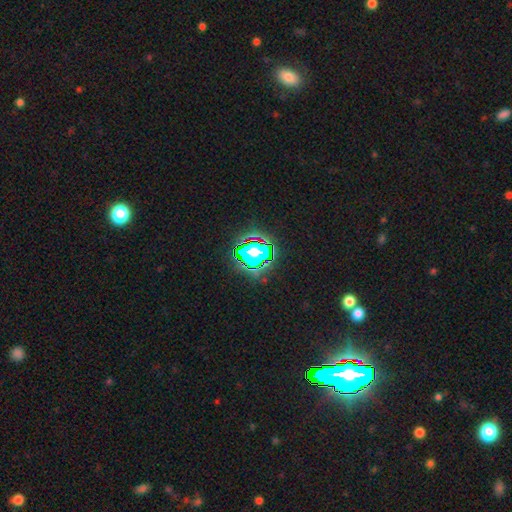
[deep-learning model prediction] Smooth or featured? Predicted: star or artifact (p=0.53).